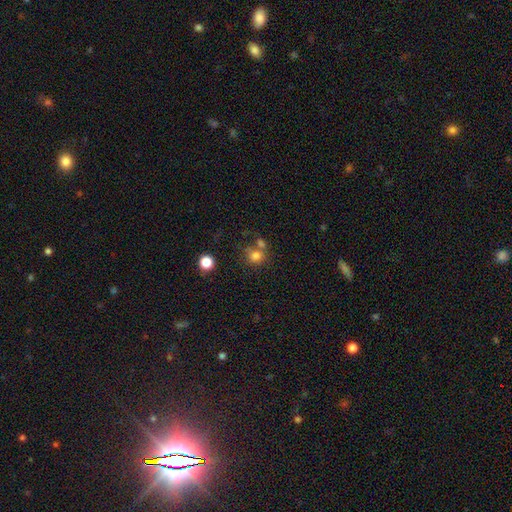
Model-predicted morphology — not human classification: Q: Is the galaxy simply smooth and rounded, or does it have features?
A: smooth — 77%.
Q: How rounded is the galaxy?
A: round — 76%.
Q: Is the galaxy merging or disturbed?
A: none — 52%.